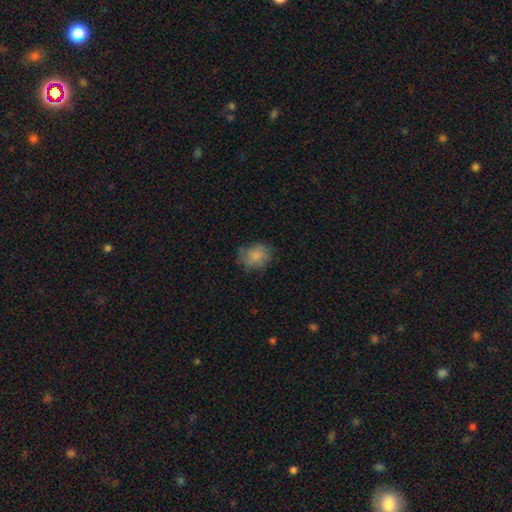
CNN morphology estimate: This appears to be a smooth galaxy with no disk features (80%) that is round (58%). Merging: none (68%).